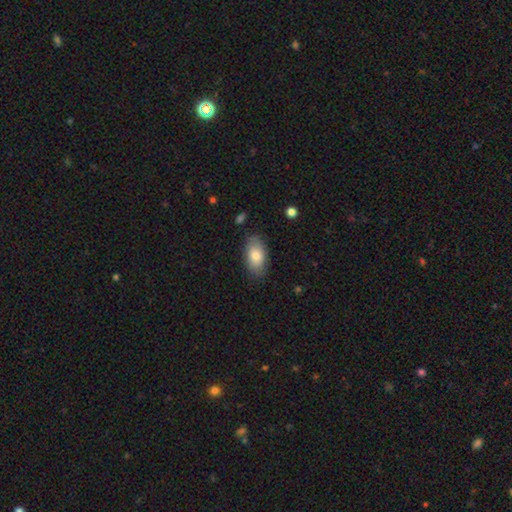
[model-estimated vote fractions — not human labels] The model was most divided on "smooth or featured": smooth: 79%, featured or disk: 15%, star or artifact: 6%. More confident: how rounded — in between (93%); merging — none (80%).